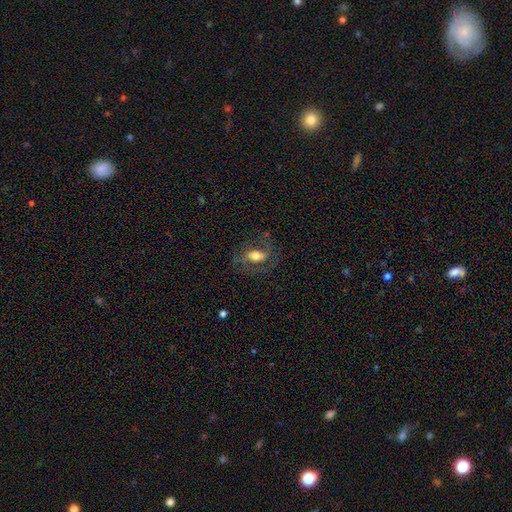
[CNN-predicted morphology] Smooth or featured?
  - featured or disk: 50% *
  - smooth: 42%
  - star or artifact: 8%
Merging?
  - none: 64% *
  - minor disturbance: 18%
  - major disturbance: 16%
  - merger: 2%